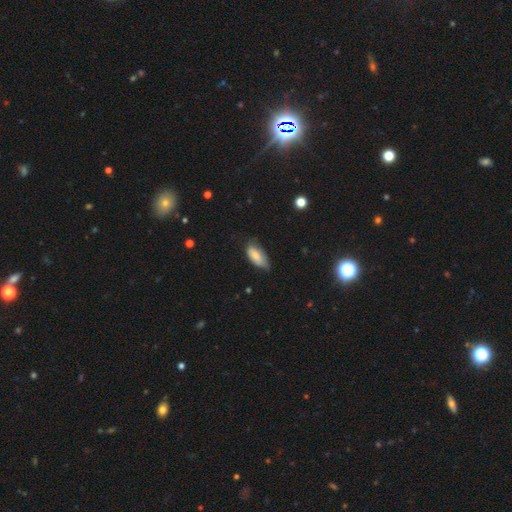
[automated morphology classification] This is likely a smooth galaxy (78%). How rounded: clearly in between (88%). Merging: possibly none (51%).